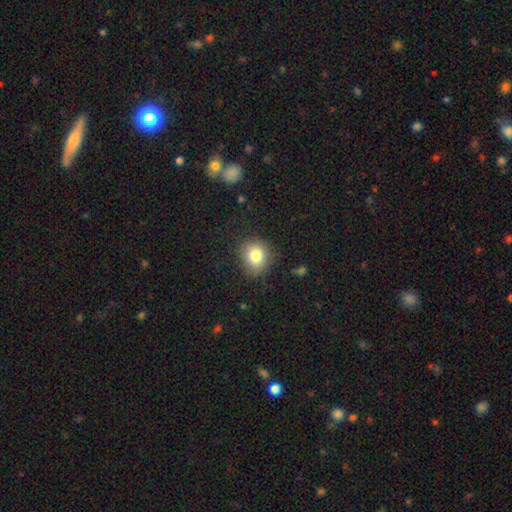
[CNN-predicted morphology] Smooth or featured?
  - smooth: 81% *
  - star or artifact: 11%
  - featured or disk: 8%
How rounded?
  - round: 78% *
  - in between: 21%
  - cigar-shaped: 1%
Merging?
  - none: 85% *
  - minor disturbance: 10%
  - major disturbance: 3%
  - merger: 1%